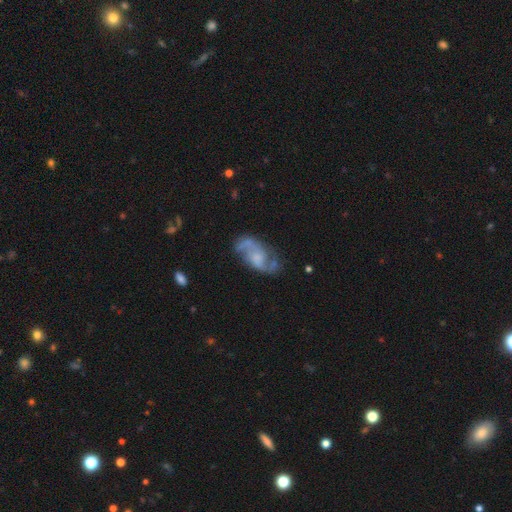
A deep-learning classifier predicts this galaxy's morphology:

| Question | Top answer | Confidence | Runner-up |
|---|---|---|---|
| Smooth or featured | featured or disk | 83% | smooth (11%) |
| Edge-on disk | no | 96% | yes (4%) |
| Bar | no | 55% | weak (38%) |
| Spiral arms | yes | 94% | no (6%) |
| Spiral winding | loose | 47% | medium (42%) |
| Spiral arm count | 2 | 88% | can't tell (5%) |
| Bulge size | none | 32% | small (28%) |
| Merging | none | 67% | minor disturbance (19%) |